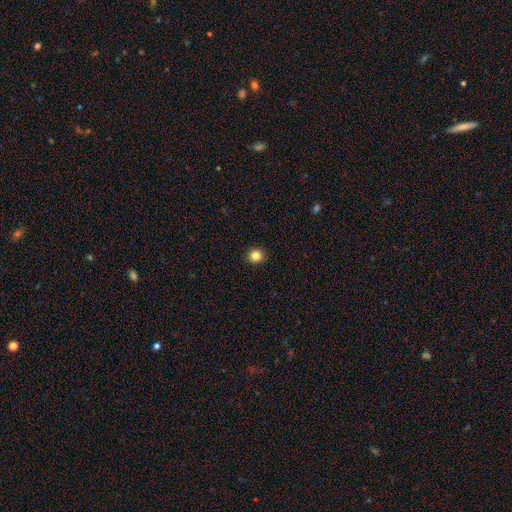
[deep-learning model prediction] Smooth or featured? smooth (84%)
How rounded? round (89%)
Merging? none (93%)